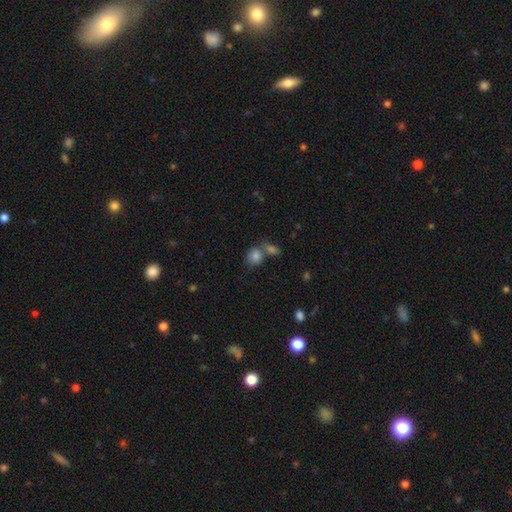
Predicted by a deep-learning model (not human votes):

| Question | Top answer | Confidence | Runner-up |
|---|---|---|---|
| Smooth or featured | smooth | 82% | star or artifact (10%) |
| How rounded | round | 49% | tied: in between (49%) |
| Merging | none | 44% | merger (41%) |